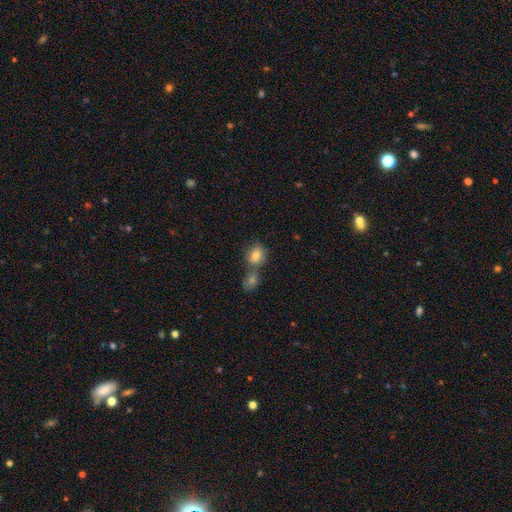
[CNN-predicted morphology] This is clearly a smooth galaxy (81%). How rounded: possibly round (56%). Merging: marginally merger (43%, tied with none).